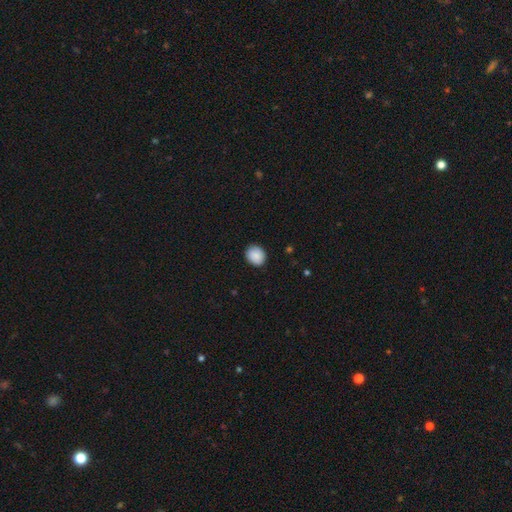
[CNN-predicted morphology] A smooth galaxy with no disk features (89%) that is round (67%). Merging: none (89%).